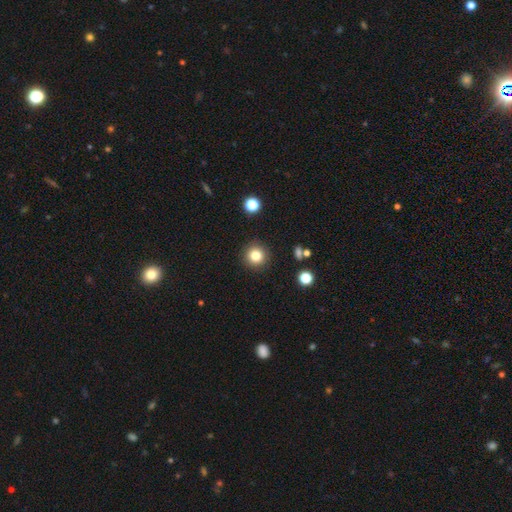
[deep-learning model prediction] smooth_or_featured: smooth (p=0.82) [alt: star or artifact p=0.12]
how_rounded: round (p=0.94) [alt: in between p=0.05]
merging: none (p=0.91) [alt: minor disturbance p=0.06]